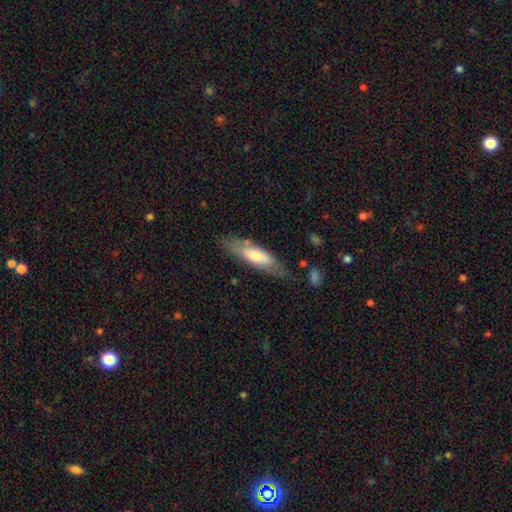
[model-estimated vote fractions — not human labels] smooth_or_featured: smooth (p=0.55) [alt: featured or disk p=0.39]
how_rounded: cigar-shaped (p=0.55) [alt: in between p=0.44]
merging: none (p=0.70) [alt: minor disturbance p=0.20]